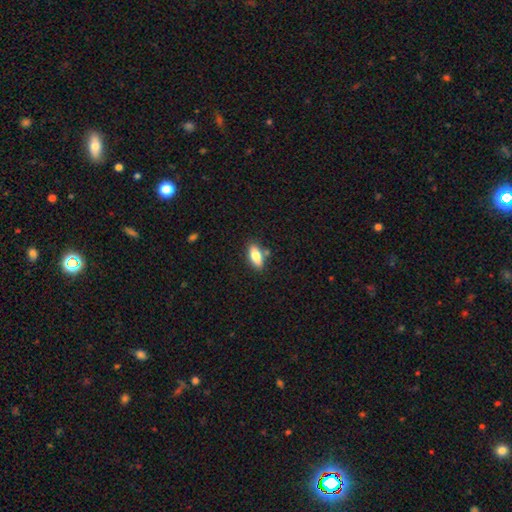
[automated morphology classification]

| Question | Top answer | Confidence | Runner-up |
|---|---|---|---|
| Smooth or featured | smooth | 78% | featured or disk (15%) |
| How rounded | in between | 82% | cigar-shaped (15%) |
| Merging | none | 78% | minor disturbance (12%) |